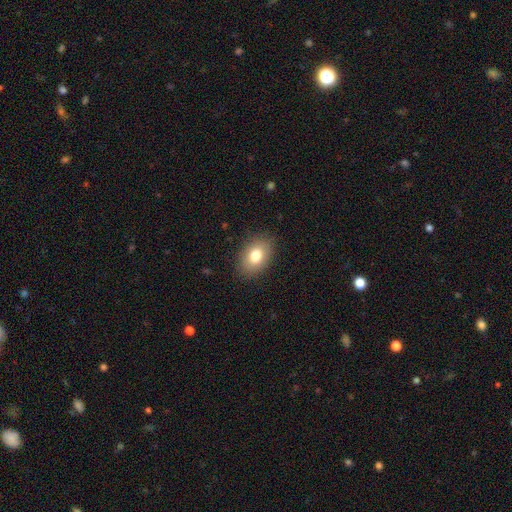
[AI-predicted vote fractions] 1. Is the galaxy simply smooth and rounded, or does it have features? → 79% smooth, 12% featured or disk, 9% star or artifact.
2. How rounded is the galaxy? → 83% in between, 16% round, 1% cigar-shaped.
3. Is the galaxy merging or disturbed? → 87% none, 10% minor disturbance, 3% major disturbance, 1% merger.